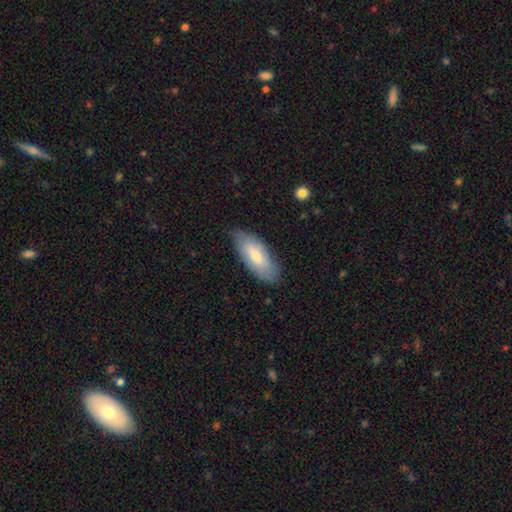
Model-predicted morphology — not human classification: smooth 74%, featured or disk 21%, star or artifact 5%. Down the decision tree: how rounded — in between (81%); merging — none (80%).